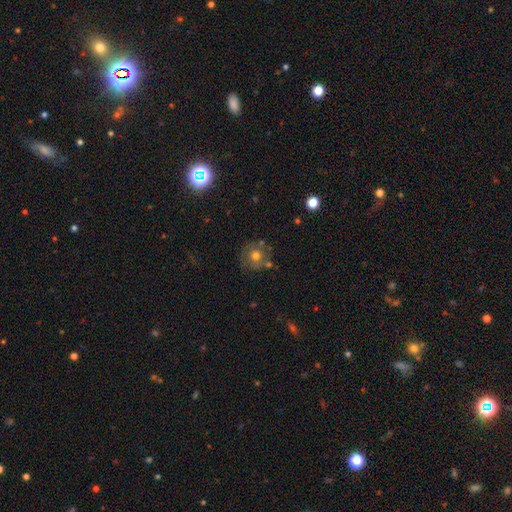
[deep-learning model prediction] Smooth or featured? Predicted: smooth (p=0.63). How rounded? Predicted: round (p=0.90). Merging? Predicted: none (p=0.71).